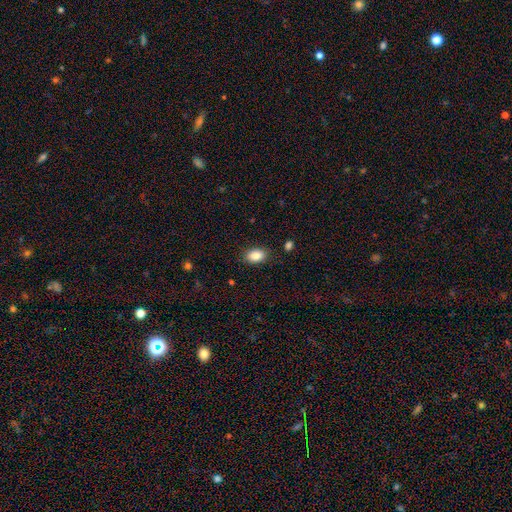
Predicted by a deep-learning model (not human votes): Overall: smooth (87%). How rounded: in between (87%). Merging: none (86%).